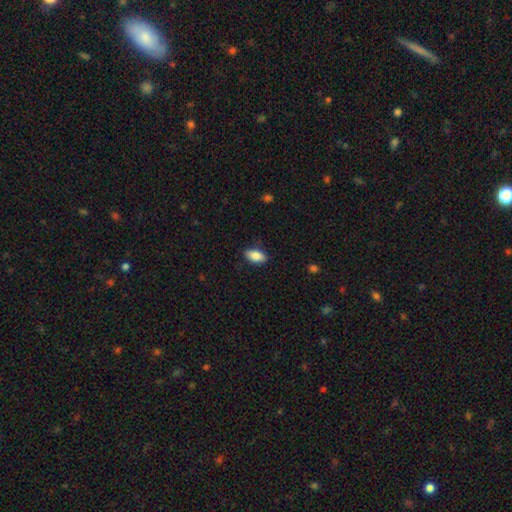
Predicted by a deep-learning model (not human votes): smooth_or_featured: smooth (p=0.87) [alt: star or artifact p=0.07]
how_rounded: in between (p=0.91) [alt: cigar-shaped p=0.05]
merging: none (p=0.86) [alt: minor disturbance p=0.11]